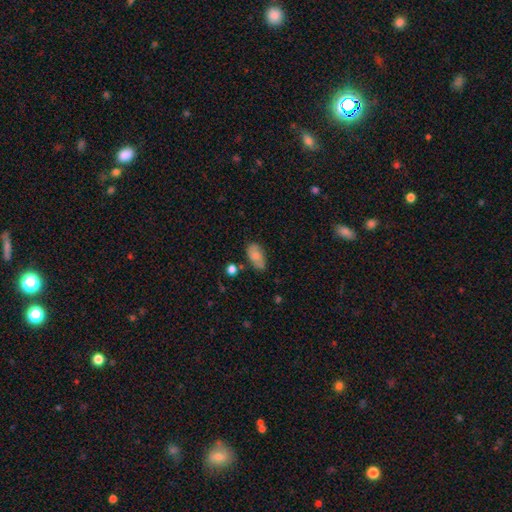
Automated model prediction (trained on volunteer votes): Smooth or featured: smooth — 68% (featured or disk — 24%)
How rounded: in between — 92% (round — 5%)
Merging: none — 68% (minor disturbance — 23%)